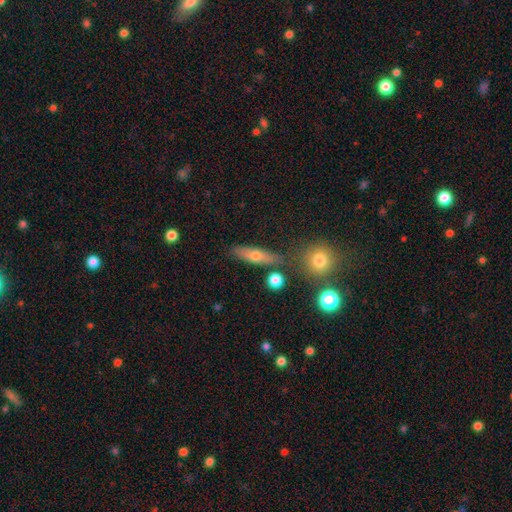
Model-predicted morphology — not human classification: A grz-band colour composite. It shows a smooth galaxy with no disk features (56%) that is cigar-shaped (60%). Merging: none (79%).